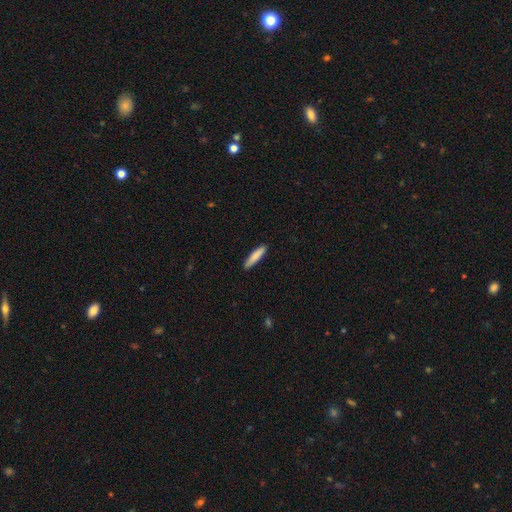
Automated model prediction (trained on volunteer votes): Morphology: type=smooth (85%); roundness=cigar-shaped (85%); merging=none (89%).